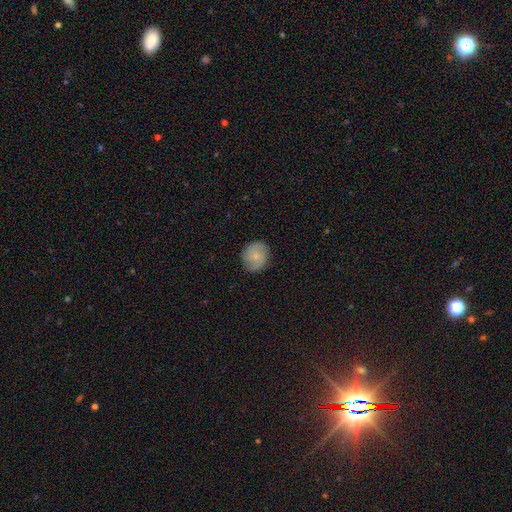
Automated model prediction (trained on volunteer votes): A smooth galaxy with no disk features (54%) that is round (78%). Merging: none (83%).